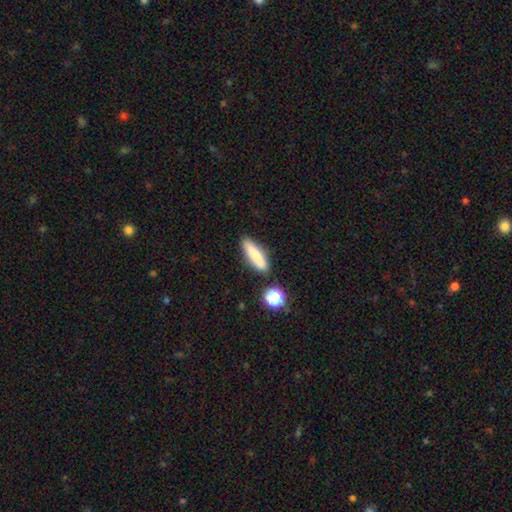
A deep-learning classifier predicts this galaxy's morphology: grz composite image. It shows a smooth galaxy with no disk features (76%) that is cigar-shaped (63%). Merging: none (79%).